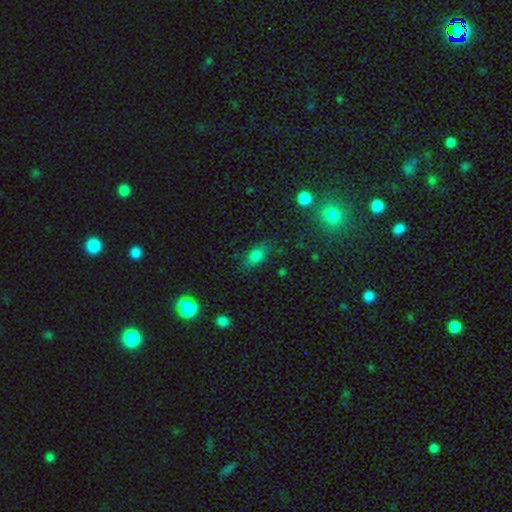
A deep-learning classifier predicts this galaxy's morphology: Smooth or featured? smooth (75%)
How rounded? in between (83%)
Merging? none (76%)